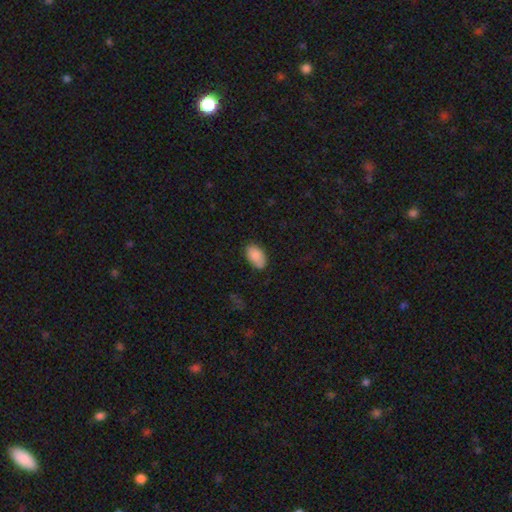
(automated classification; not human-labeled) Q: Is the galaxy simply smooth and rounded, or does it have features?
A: smooth — 87%.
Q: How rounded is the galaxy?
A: in between — 94%.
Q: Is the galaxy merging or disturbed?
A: none — 76%.